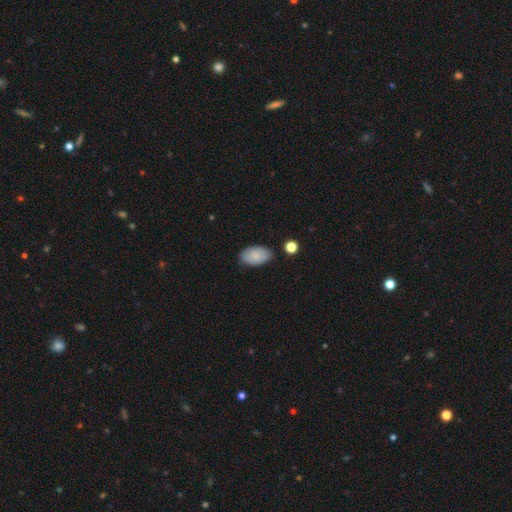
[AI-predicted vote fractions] Morphology: type=smooth (86%); roundness=in between (95%); merging=none (83%).